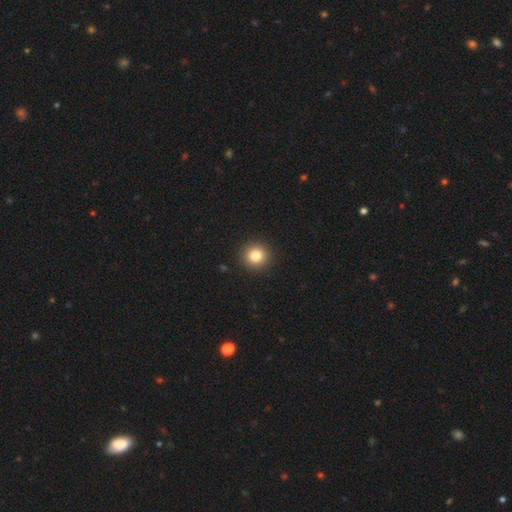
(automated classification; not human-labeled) The model was most divided on "smooth or featured": smooth: 83%, star or artifact: 11%, featured or disk: 6%. More confident: how rounded — round (94%); merging — none (92%).